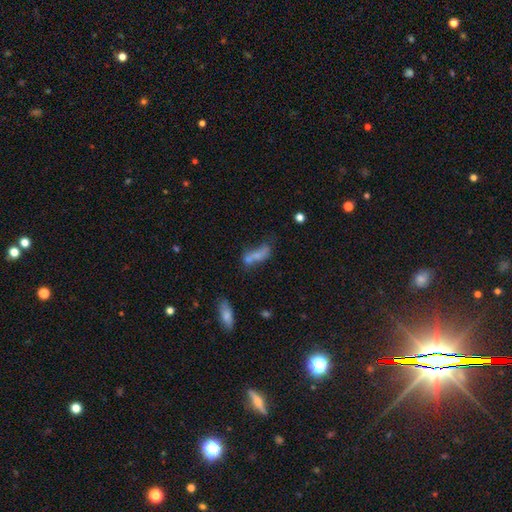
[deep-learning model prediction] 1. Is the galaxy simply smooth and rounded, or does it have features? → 64% smooth, 23% featured or disk, 13% star or artifact.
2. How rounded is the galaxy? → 58% in between, 36% cigar-shaped, 5% round.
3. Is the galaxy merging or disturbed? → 43% merger, 29% none, 15% minor disturbance, 12% major disturbance.